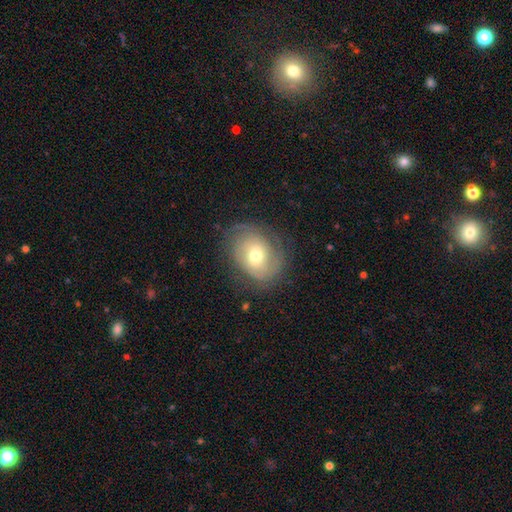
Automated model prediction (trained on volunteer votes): Smooth or featured? featured or disk (56%)
Edge-on disk? no (95%)
Bar? no (62%)
Spiral arms? yes (77%)
Bulge size? moderate (67%)
Merging? none (72%)